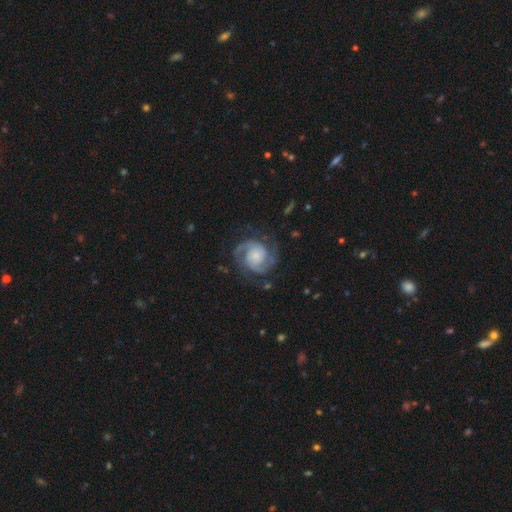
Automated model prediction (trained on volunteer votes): Q: Smooth or featured?
A: featured or disk (87%); runner-up: smooth (8%)
Q: Edge-on disk?
A: no (98%); runner-up: yes (2%)
Q: Bar?
A: no (69%); runner-up: weak (25%)
Q: Spiral arms?
A: yes (98%); runner-up: no (2%)
Q: Spiral winding?
A: medium (45%); runner-up: tight (44%)
Q: Spiral arm count?
A: 2 (82%); runner-up: 3 (7%)
Q: Bulge size?
A: small (48%); runner-up: moderate (25%)
Q: Merging?
A: none (74%); runner-up: minor disturbance (15%)